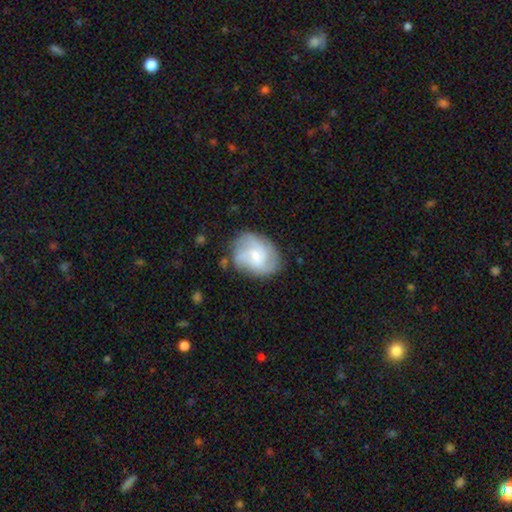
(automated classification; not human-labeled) Morphology: type=featured or disk (66%); edge-on=no (97%); bar=no (47%); spiral arms=yes (88%); winding=medium (43%); arm count=3 (31%); bulge=small (45%); merging=none (63%).